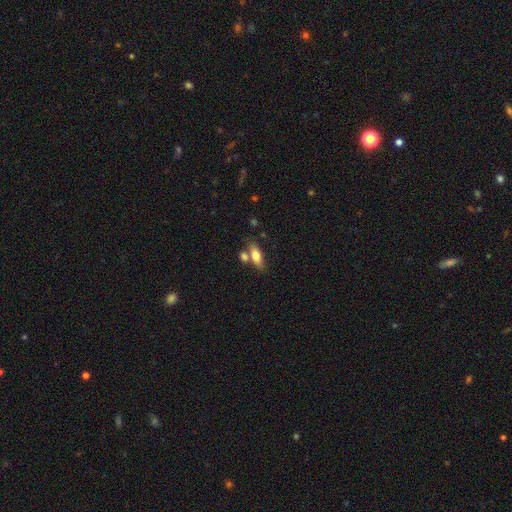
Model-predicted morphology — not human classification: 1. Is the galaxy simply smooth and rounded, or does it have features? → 71% smooth, 22% featured or disk, 7% star or artifact.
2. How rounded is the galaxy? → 72% in between, 25% cigar-shaped, 4% round.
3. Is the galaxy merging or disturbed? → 59% none, 25% merger, 13% minor disturbance, 4% major disturbance.